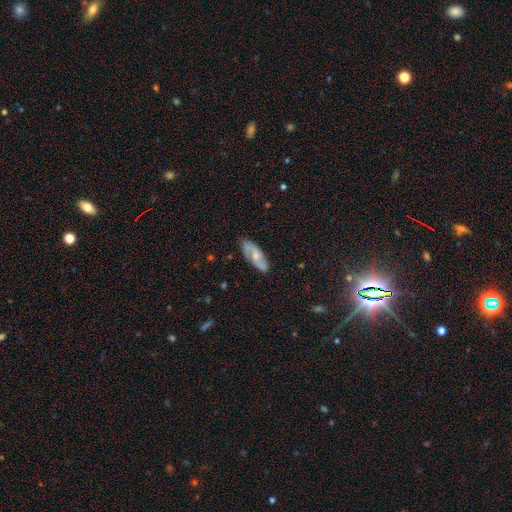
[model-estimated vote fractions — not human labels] Smooth or featured: featured or disk — 63% (smooth — 31%)
Edge-on disk: no — 87% (yes — 13%)
Bar: no — 61% (weak — 33%)
Spiral arms: yes — 87% (no — 13%)
Bulge size: moderate — 49% (small — 43%)
Merging: none — 83% (minor disturbance — 13%)